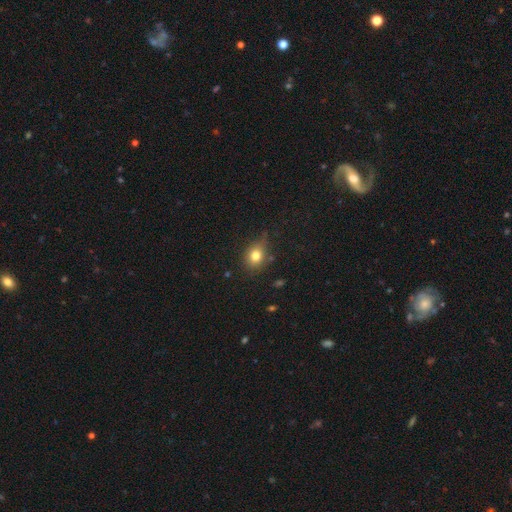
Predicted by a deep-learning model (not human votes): The model was most divided on "how rounded": round: 51%, in between: 47%, cigar-shaped: 1%. More confident: smooth or featured — smooth (79%); merging — none (67%).